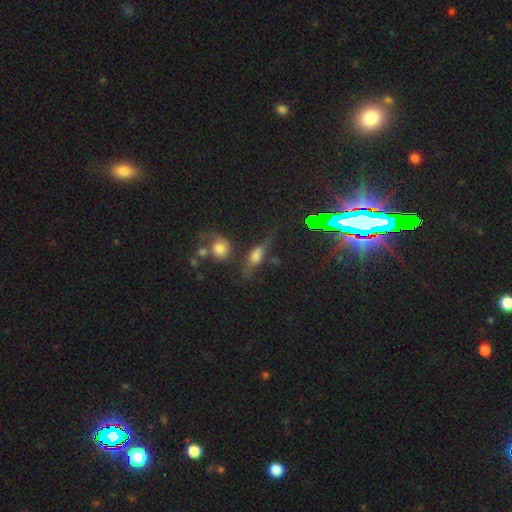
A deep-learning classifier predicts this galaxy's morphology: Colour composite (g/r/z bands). It shows a smooth galaxy with no disk features (44%). Merging: none (52%).